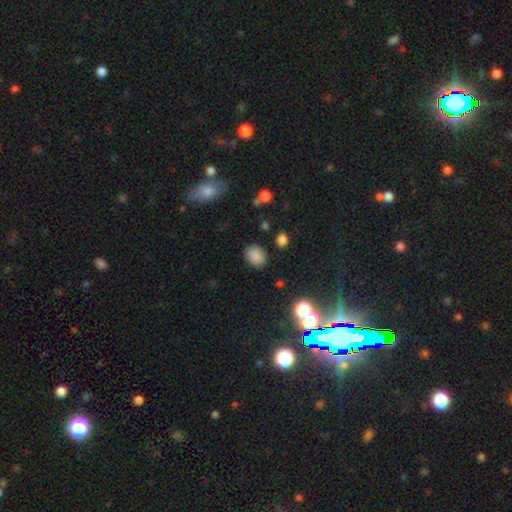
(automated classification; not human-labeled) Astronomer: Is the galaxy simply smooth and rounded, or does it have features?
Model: smooth — 83%.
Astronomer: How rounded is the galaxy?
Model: in between — 53% (runner-up: round, 46%).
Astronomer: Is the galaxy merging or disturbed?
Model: none — 84%.